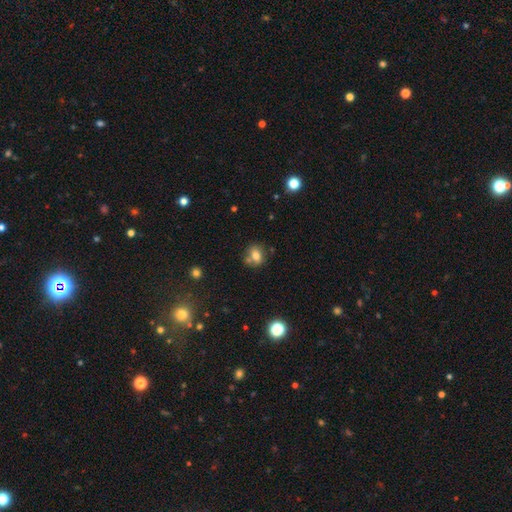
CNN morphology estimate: Smooth or featured? smooth (73%)
How rounded? round (62%)
Merging? none (63%)